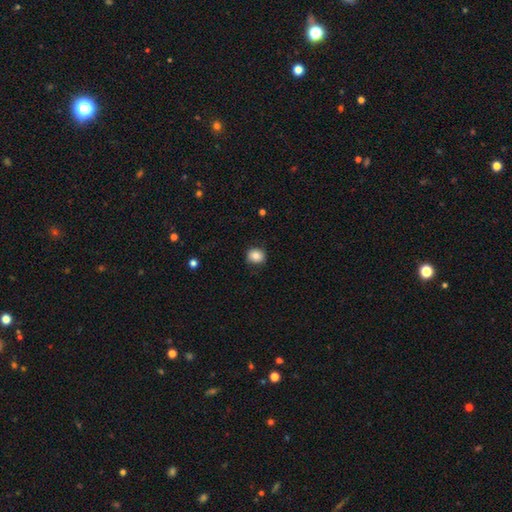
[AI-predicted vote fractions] A smooth galaxy with no disk features (83%) that is round (77%). Merging: none (82%).